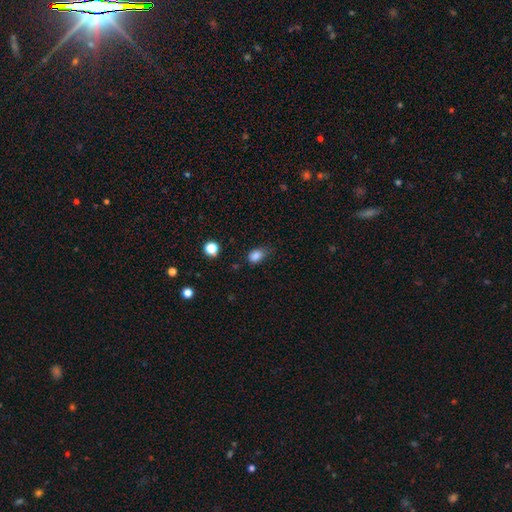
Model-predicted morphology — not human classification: Smooth or featured? Predicted: smooth (p=0.84). How rounded? Predicted: in between (p=0.74). Merging? Predicted: none (p=0.61).